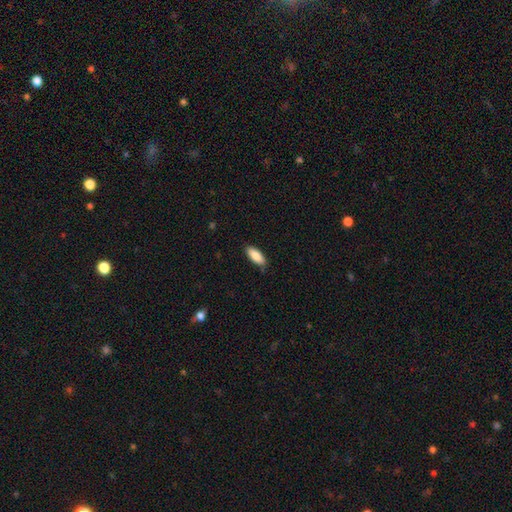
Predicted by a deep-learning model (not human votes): Smooth or featured? smooth (86%)
How rounded? in between (79%)
Merging? none (83%)